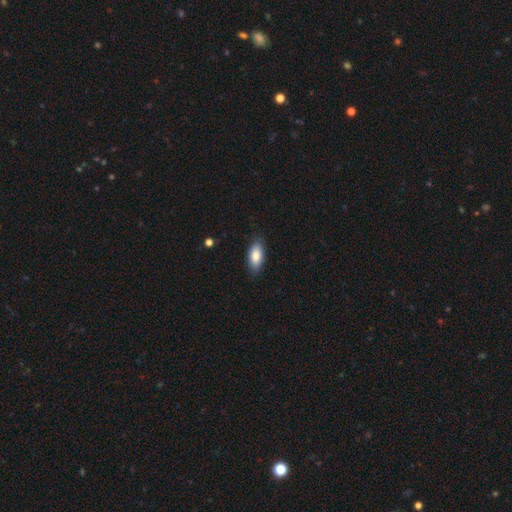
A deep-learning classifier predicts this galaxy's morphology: Smooth or featured: smooth — 83% (featured or disk — 11%)
How rounded: in between — 87% (cigar-shaped — 11%)
Merging: none — 85% (minor disturbance — 12%)